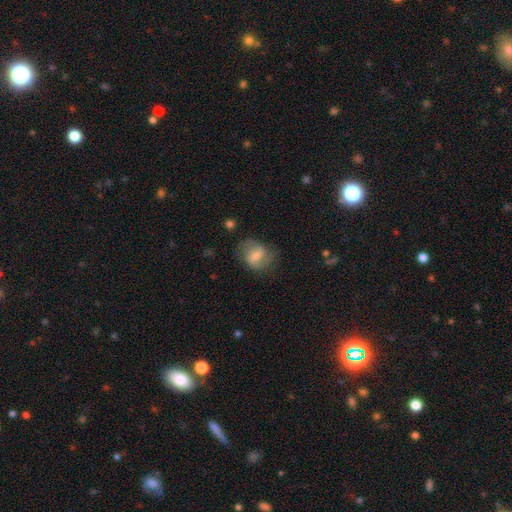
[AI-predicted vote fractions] Morphology: type=smooth (51%); roundness=in between (55%); merging=none (63%).